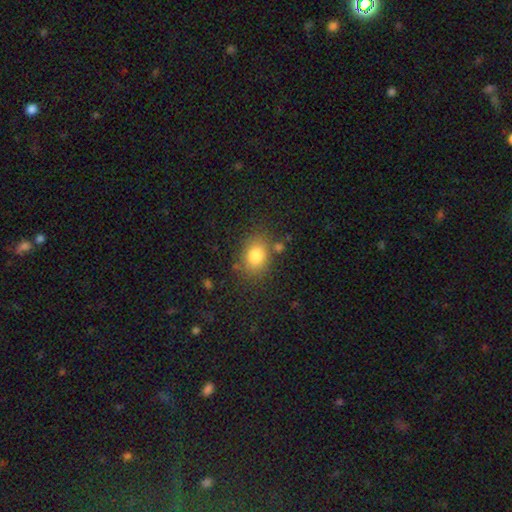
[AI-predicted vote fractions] Smooth or featured? Predicted: smooth (p=0.82). How rounded? Predicted: in between (p=0.59). Merging? Predicted: none (p=0.76).